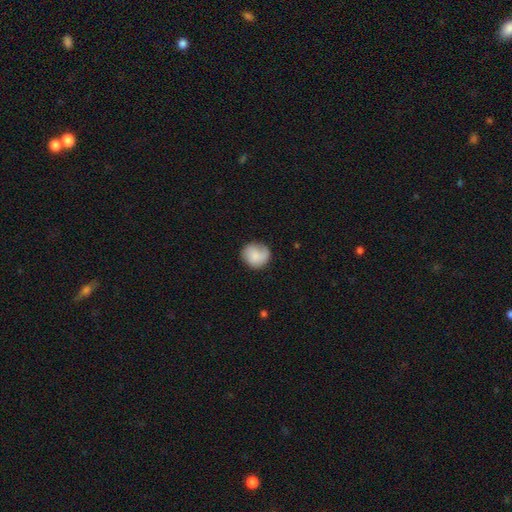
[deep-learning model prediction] smooth 75%, featured or disk 18%, star or artifact 7%. Down the decision tree: how rounded — round (86%); merging — none (72%).